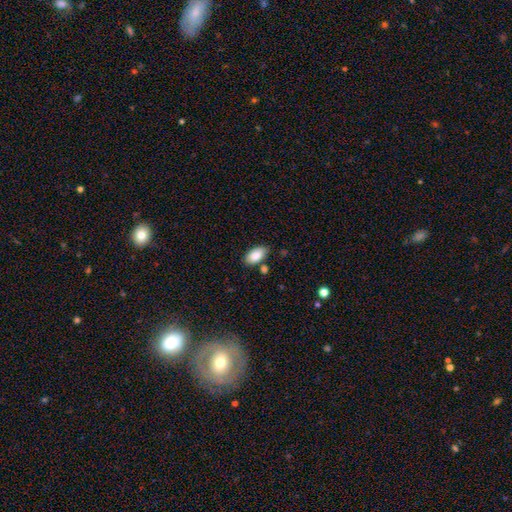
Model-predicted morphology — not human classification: This appears to be a smooth galaxy with no disk features (87%) that is in between round and cigar-shaped (94%). Merging: none (76%).